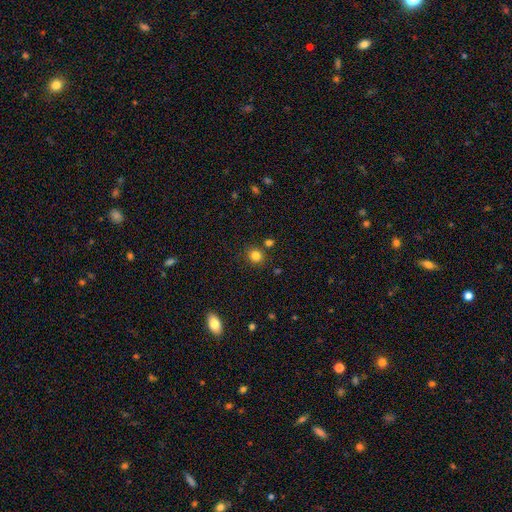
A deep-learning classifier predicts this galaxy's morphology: Smooth or featured: smooth — 83% (star or artifact — 13%)
How rounded: round — 88% (in between — 11%)
Merging: none — 83% (minor disturbance — 8%)